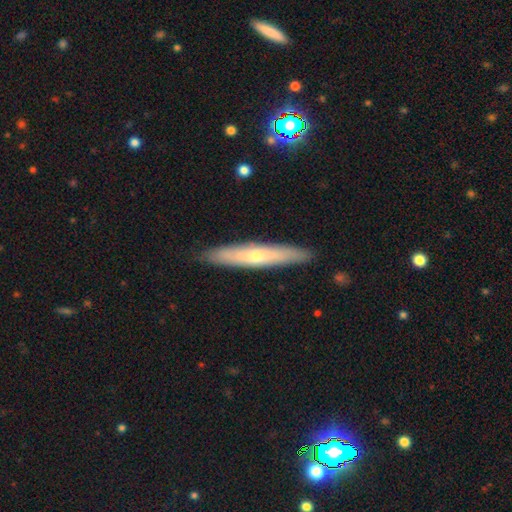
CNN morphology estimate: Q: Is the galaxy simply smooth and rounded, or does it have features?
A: featured or disk — 48%.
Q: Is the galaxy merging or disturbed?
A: none — 89%.